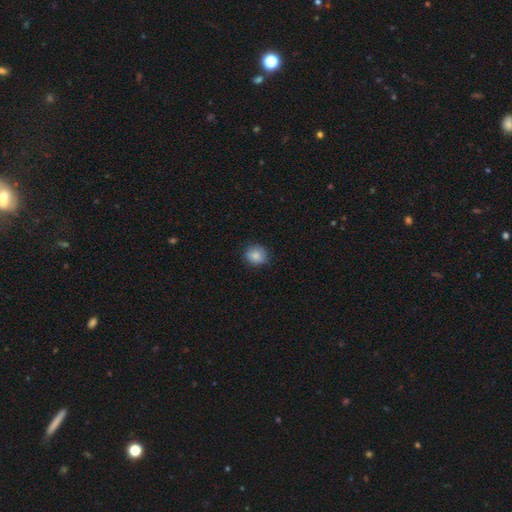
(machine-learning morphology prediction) Smooth or featured?
  - smooth: 85% *
  - star or artifact: 9%
  - featured or disk: 7%
How rounded?
  - round: 80% *
  - in between: 19%
  - cigar-shaped: 1%
Merging?
  - none: 82% *
  - minor disturbance: 15%
  - major disturbance: 3%
  - merger: 1%